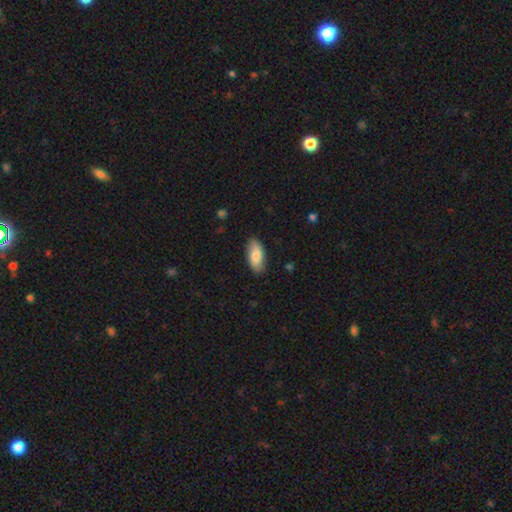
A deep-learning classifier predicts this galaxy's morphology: A smooth galaxy with no disk features (82%) that is in between round and cigar-shaped (89%). Merging: none (85%).